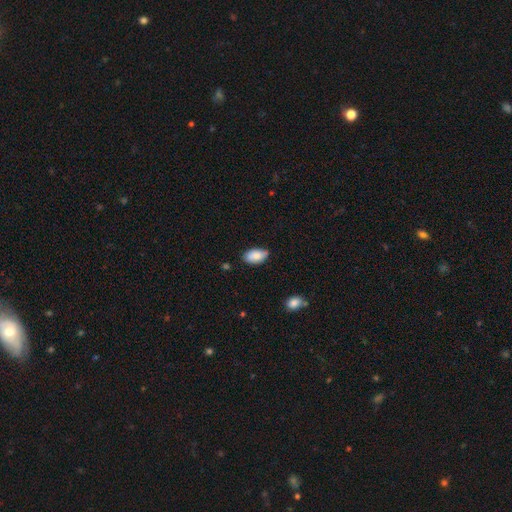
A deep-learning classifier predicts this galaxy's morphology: Smooth or featured?
  - smooth: 82% *
  - featured or disk: 11%
  - star or artifact: 7%
How rounded?
  - in between: 94% *
  - round: 4%
  - cigar-shaped: 2%
Merging?
  - none: 76% *
  - minor disturbance: 20%
  - major disturbance: 3%
  - merger: 2%